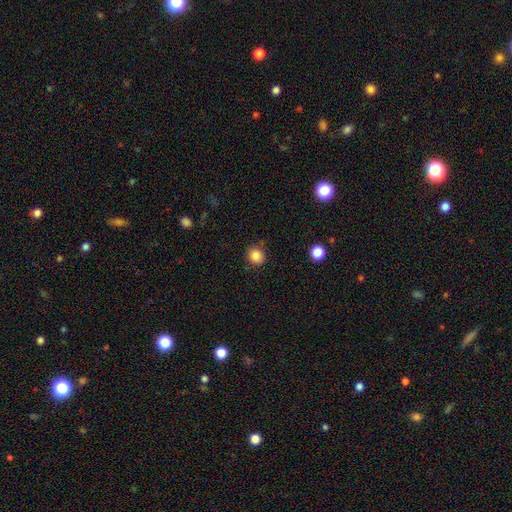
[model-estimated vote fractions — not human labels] The model was most divided on "how rounded": round: 77%, in between: 22%, cigar-shaped: 1%. More confident: merging — none (85%); smooth or featured — smooth (85%).